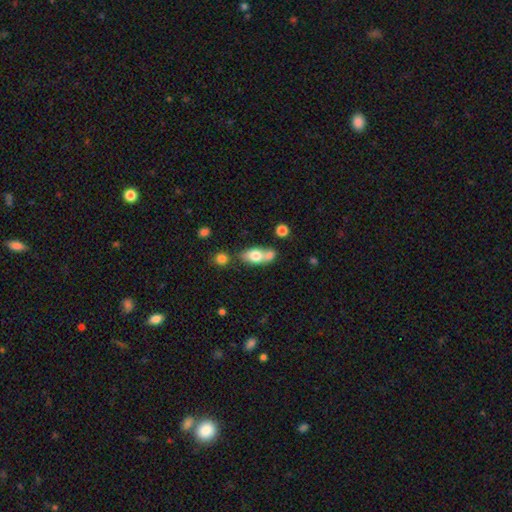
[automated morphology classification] A smooth galaxy with no disk features (71%) that is in between round and cigar-shaped (76%). Merging: merger (46%).